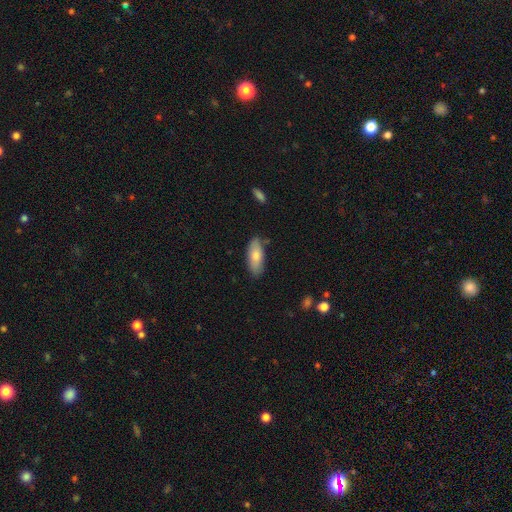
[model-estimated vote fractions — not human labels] Q: Smooth or featured?
A: smooth (78%); runner-up: featured or disk (16%)
Q: How rounded?
A: in between (78%); runner-up: cigar-shaped (20%)
Q: Merging?
A: none (79%); runner-up: minor disturbance (16%)